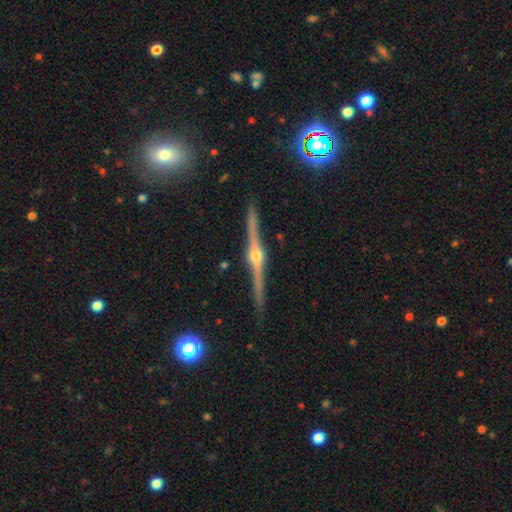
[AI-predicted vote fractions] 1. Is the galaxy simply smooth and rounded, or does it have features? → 88% featured or disk, 7% smooth, 5% star or artifact.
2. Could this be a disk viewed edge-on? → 99% yes, 1% no.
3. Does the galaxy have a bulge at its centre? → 95% rounded, 3% boxy, 2% none.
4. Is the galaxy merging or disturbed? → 91% none, 7% minor disturbance, 1% major disturbance, 1% merger.